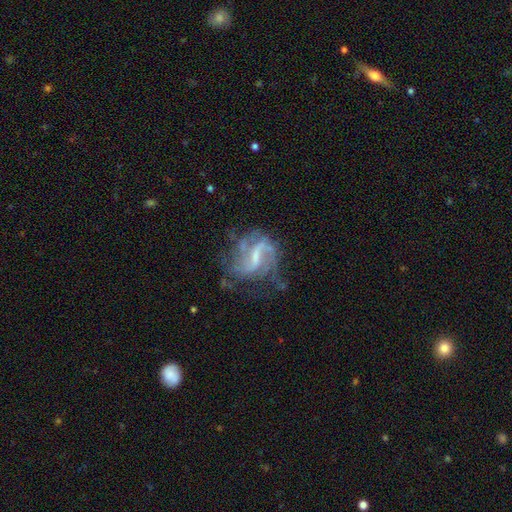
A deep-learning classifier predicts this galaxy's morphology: featured or disk 83%, smooth 9%, star or artifact 9%. Down the decision tree: edge-on disk — no (97%); bar — weak (51%); spiral arms — yes (90%); spiral arm count — 2 (54%); spiral winding — loose (42%); bulge size — small (43%); merging — none (51%).